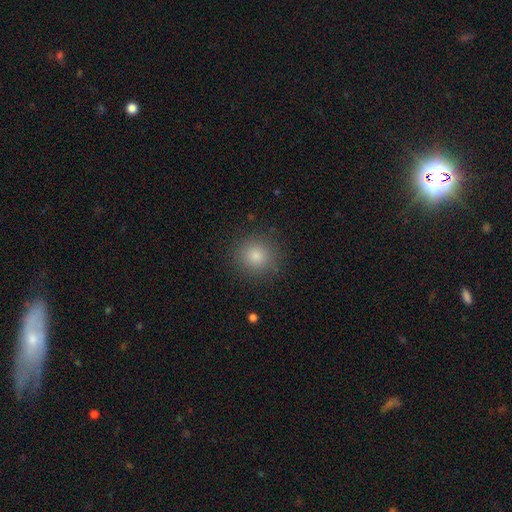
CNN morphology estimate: smooth 80%, star or artifact 13%, featured or disk 6%. Down the decision tree: how rounded — round (92%); merging — none (89%).